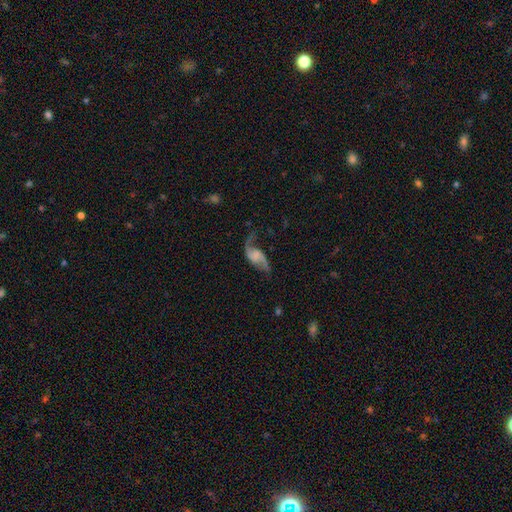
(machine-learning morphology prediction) A featured or disk galaxy (86%) with no bar (50%), 2 (91%) loose (81%) spiral arms (95%) and no central bulge (60%). Merging: none (64%).